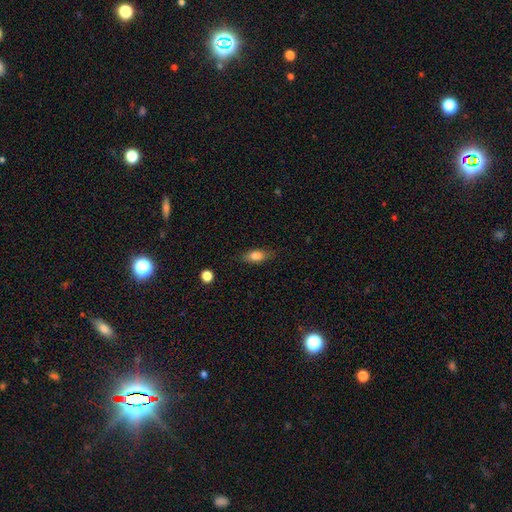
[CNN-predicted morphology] smooth 79%, featured or disk 12%, star or artifact 9%. Down the decision tree: how rounded — in between (78%); merging — none (79%).